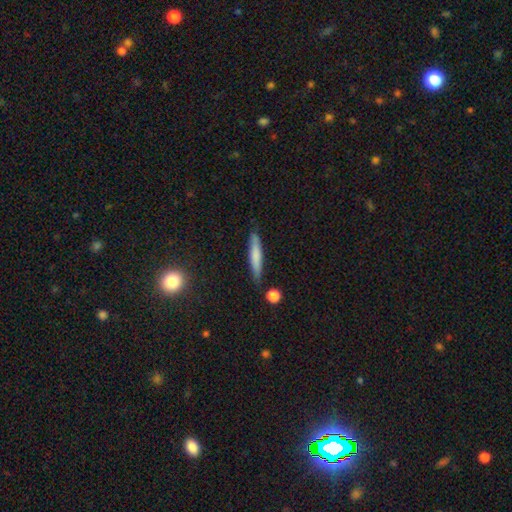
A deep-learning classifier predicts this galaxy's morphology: This appears to be a smooth galaxy with no disk features (71%) that is cigar-shaped (91%). Merging: none (81%).